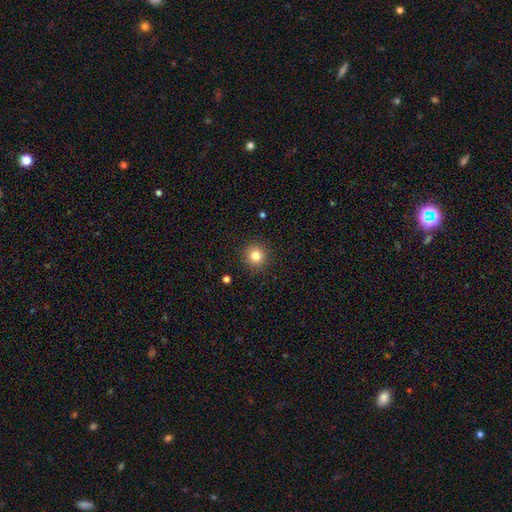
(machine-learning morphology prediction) This is clearly a smooth galaxy (82%). How rounded: clearly round (94%). Merging: clearly none (91%).